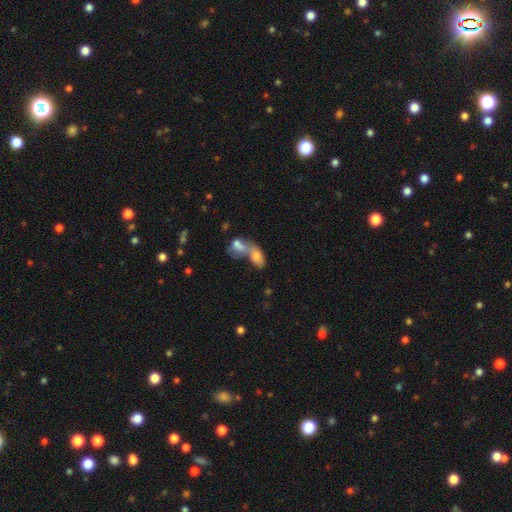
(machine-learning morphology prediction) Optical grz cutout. It shows a smooth galaxy with no disk features (51%) that is in between round and cigar-shaped (59%). Merging: merger (58%).